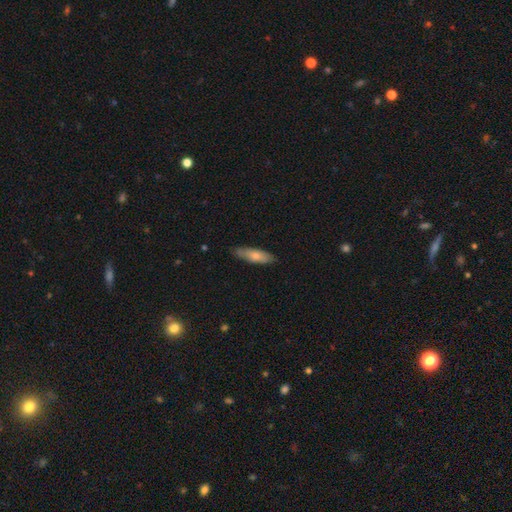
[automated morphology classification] Smooth or featured?
  - smooth: 72% *
  - featured or disk: 23%
  - star or artifact: 5%
How rounded?
  - cigar-shaped: 55% *
  - in between: 43%
  - round: 2%
Merging?
  - none: 80% *
  - minor disturbance: 16%
  - major disturbance: 2%
  - merger: 1%